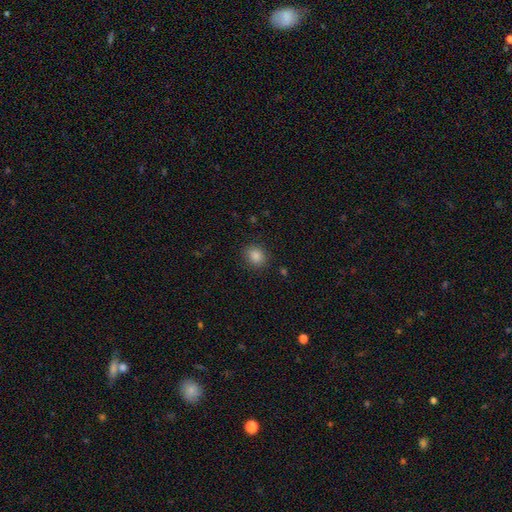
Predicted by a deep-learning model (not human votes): The model was most divided on "how rounded": round: 69%, in between: 30%, cigar-shaped: 1%. More confident: merging — none (88%); smooth or featured — smooth (84%).